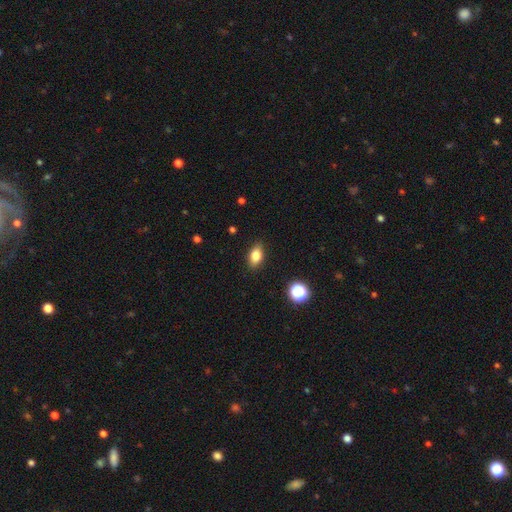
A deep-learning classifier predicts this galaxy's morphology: This is clearly a smooth galaxy (80%). How rounded: clearly in between (85%). Merging: clearly none (88%).